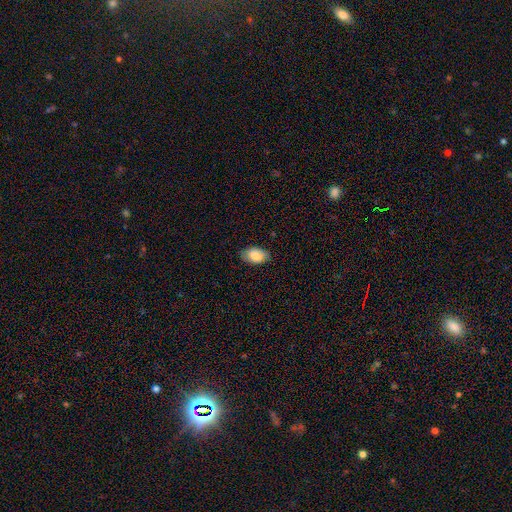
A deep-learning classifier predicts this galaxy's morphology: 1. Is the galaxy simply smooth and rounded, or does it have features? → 83% smooth, 10% featured or disk, 7% star or artifact.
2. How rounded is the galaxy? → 92% in between, 6% round, 1% cigar-shaped.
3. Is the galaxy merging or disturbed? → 81% none, 15% minor disturbance, 3% major disturbance, 1% merger.